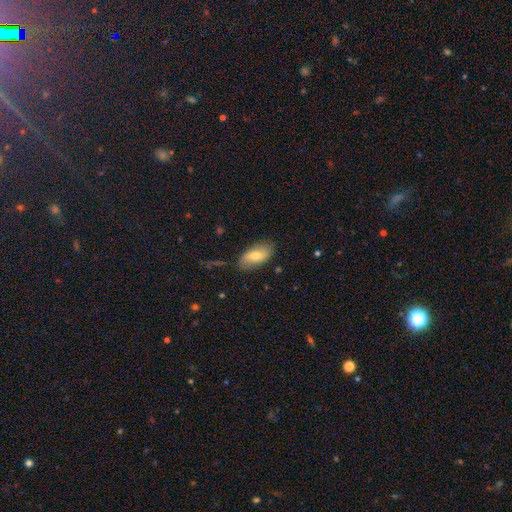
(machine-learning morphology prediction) smooth_or_featured: smooth (p=0.67) [alt: featured or disk p=0.26]
how_rounded: in between (p=0.91) [alt: cigar-shaped p=0.06]
merging: none (p=0.79) [alt: minor disturbance p=0.16]